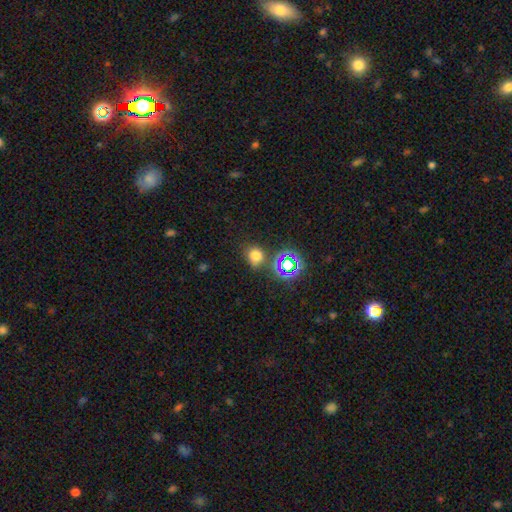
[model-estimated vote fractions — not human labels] Smooth or featured: smooth — 68% (star or artifact — 25%)
How rounded: round — 75% (in between — 24%)
Merging: none — 74% (minor disturbance — 13%)